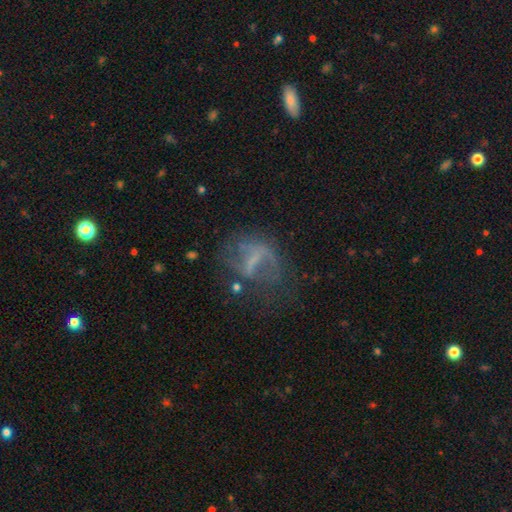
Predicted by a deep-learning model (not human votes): This is likely a featured or disk galaxy (61%). It is clearly not viewed edge-on (94%). Bar: marginally strong (39%). Spiral arm pattern: possibly no (54%). Central bulge: possibly none (58%). Merging: marginally none (40%).